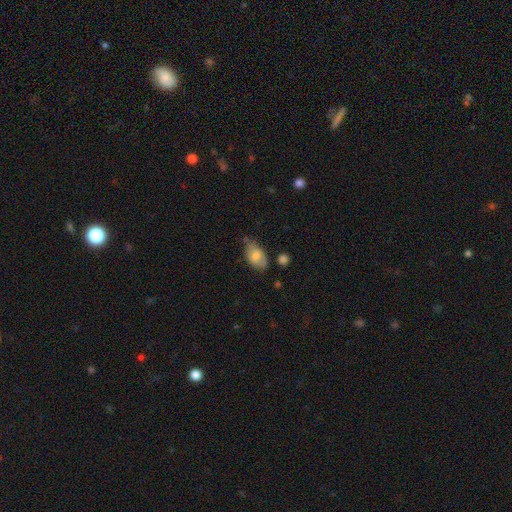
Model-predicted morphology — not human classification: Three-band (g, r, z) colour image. It shows a smooth galaxy with no disk features (72%) that is in between round and cigar-shaped (91%). Merging: none (55%).